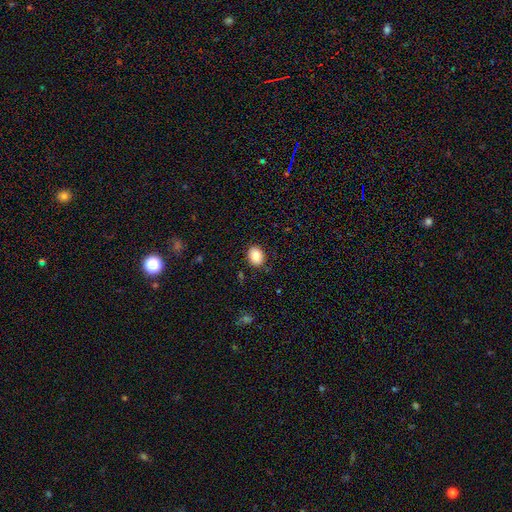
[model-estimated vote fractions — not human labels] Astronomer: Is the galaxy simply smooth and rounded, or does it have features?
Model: smooth — 83%.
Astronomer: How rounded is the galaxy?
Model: in between — 57% (runner-up: round, 42%).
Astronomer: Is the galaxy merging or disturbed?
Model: none — 87%.